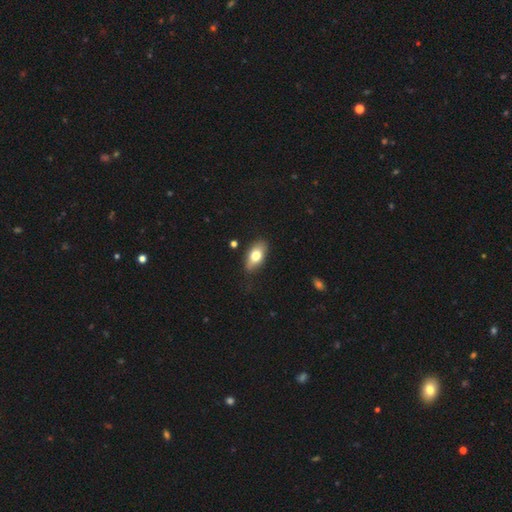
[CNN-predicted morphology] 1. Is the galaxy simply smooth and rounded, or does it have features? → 74% smooth, 20% featured or disk, 7% star or artifact.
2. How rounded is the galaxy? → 90% in between, 6% cigar-shaped, 5% round.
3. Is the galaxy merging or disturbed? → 80% none, 16% minor disturbance, 3% major disturbance, 2% merger.